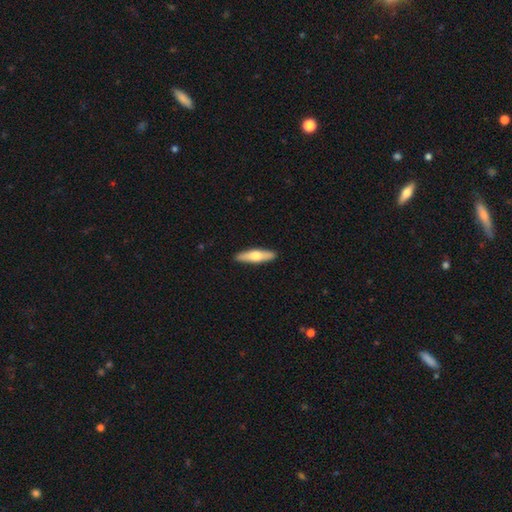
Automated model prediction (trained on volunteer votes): Q: Smooth or featured?
A: smooth (54%); runner-up: featured or disk (41%)
Q: How rounded?
A: cigar-shaped (71%); runner-up: in between (27%)
Q: Merging?
A: none (91%); runner-up: minor disturbance (7%)